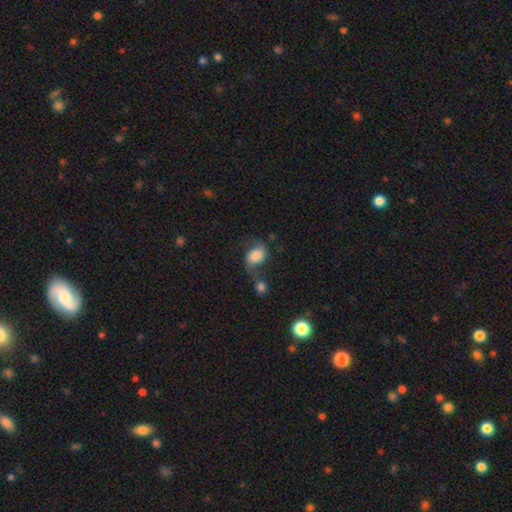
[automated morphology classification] smooth 59%, featured or disk 31%, star or artifact 10%. Down the decision tree: how rounded — in between (64%); merging — none (38%).